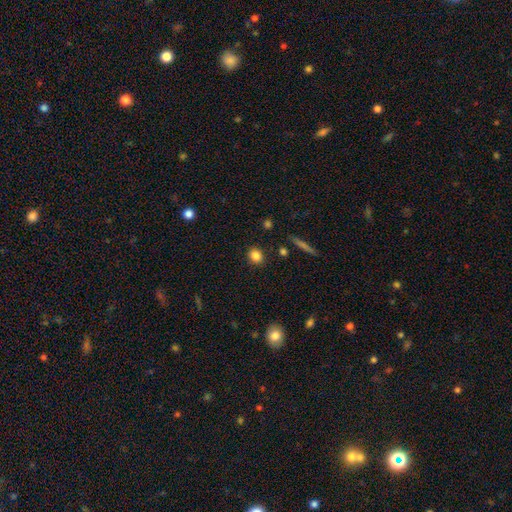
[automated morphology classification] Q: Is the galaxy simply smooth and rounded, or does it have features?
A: smooth — 84%.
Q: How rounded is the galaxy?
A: round — 72%.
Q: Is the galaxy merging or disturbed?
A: none — 89%.